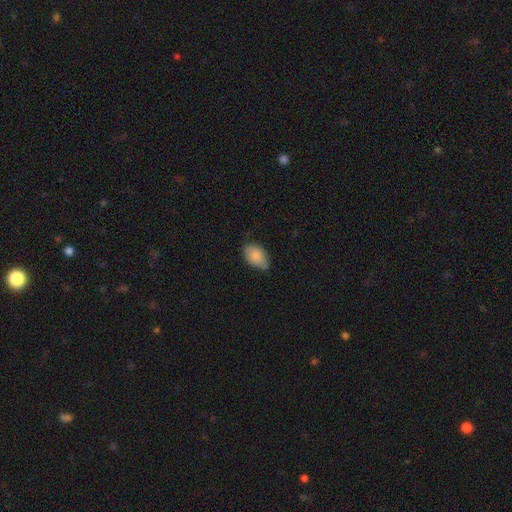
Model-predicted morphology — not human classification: smooth-or-featured: smooth: 85% | featured or disk: 9% | star or artifact: 7%
  how-rounded: in between: 89% | round: 10% | cigar-shaped: 1%
  merging: none: 60% | minor disturbance: 33% | major disturbance: 5% | merger: 1%